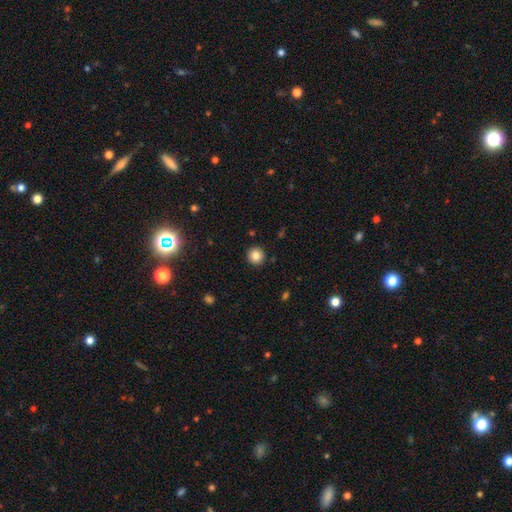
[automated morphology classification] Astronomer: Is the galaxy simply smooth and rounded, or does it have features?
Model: smooth — 83%.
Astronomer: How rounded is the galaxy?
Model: round — 95%.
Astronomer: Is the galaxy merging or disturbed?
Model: none — 92%.